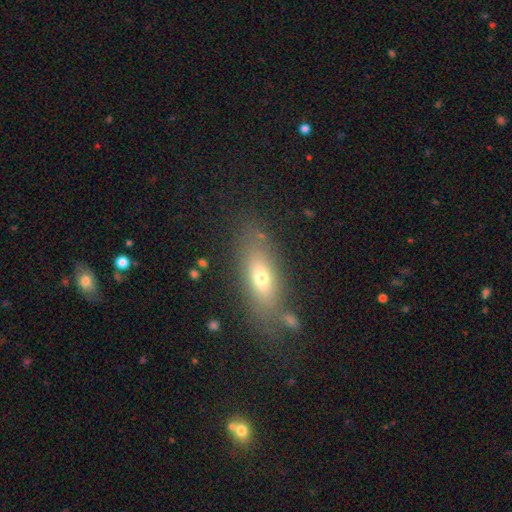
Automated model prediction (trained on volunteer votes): This appears to be a smooth galaxy with no disk features (54%) that is in between round and cigar-shaped (60%). Merging: none (77%).